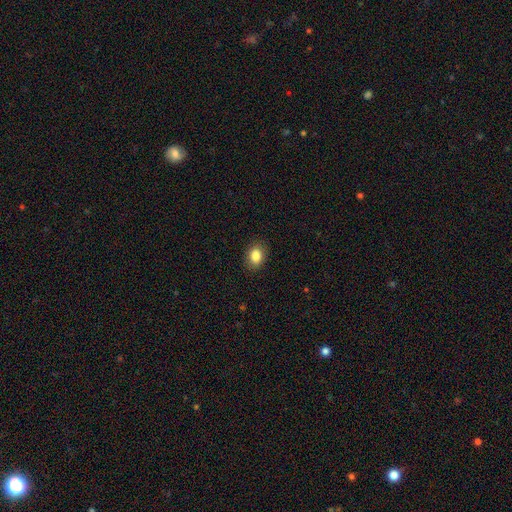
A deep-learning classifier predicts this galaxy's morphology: Smooth or featured? smooth (85%)
How rounded? in between (68%)
Merging? none (88%)